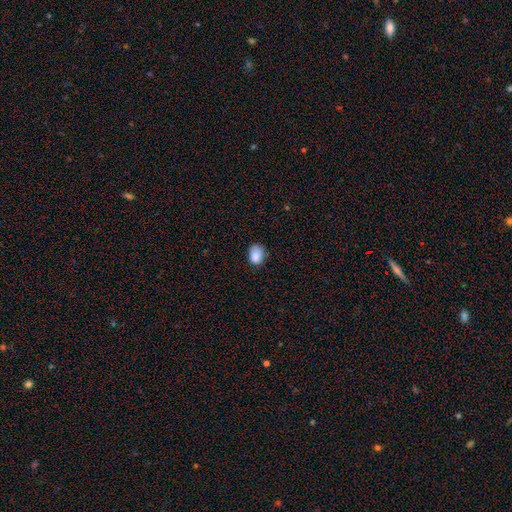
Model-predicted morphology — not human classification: Smooth or featured: smooth — 86% (star or artifact — 9%)
How rounded: in between — 68% (round — 31%)
Merging: none — 64% (minor disturbance — 28%)